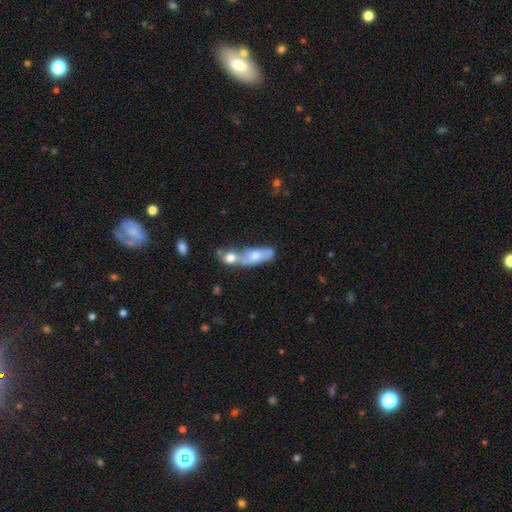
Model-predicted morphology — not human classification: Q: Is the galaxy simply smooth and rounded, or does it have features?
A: smooth — 52%.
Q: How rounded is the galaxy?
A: in between — 67%.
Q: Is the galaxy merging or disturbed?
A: merger — 70%.